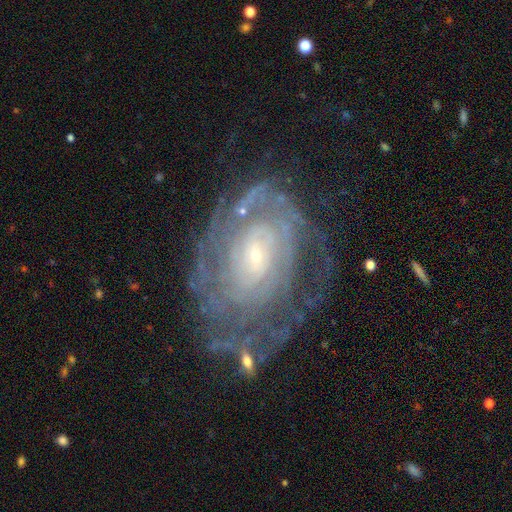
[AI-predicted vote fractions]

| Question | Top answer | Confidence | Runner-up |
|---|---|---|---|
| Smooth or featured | featured or disk | 85% | smooth (8%) |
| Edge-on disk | no | 96% | yes (4%) |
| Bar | no | 58% | weak (32%) |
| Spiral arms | yes | 91% | no (9%) |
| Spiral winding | tight | 73% | medium (21%) |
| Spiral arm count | can't tell | 47% | 2 (16%) |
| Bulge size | small | 75% | moderate (19%) |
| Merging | none | 63% | minor disturbance (20%) |